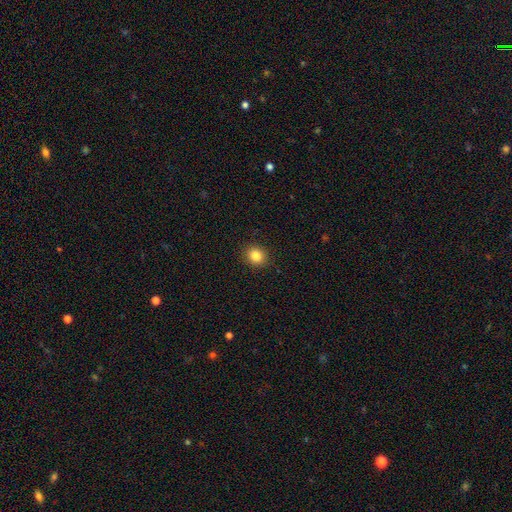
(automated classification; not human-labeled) Smooth or featured: smooth — 84% (star or artifact — 11%)
How rounded: round — 77% (in between — 22%)
Merging: none — 91% (minor disturbance — 6%)